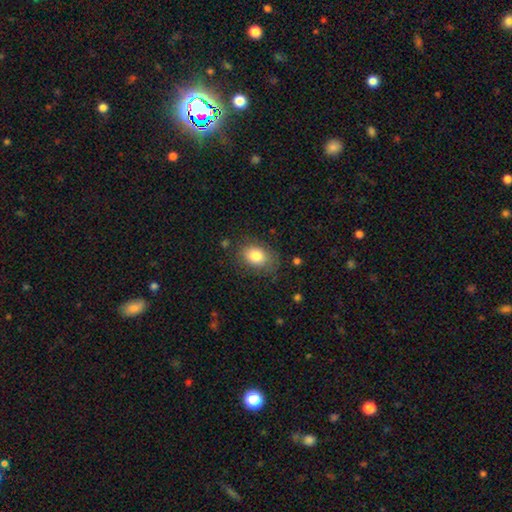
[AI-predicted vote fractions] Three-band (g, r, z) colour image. It shows a smooth galaxy with no disk features (82%) that is in between round and cigar-shaped (72%). Merging: none (76%).